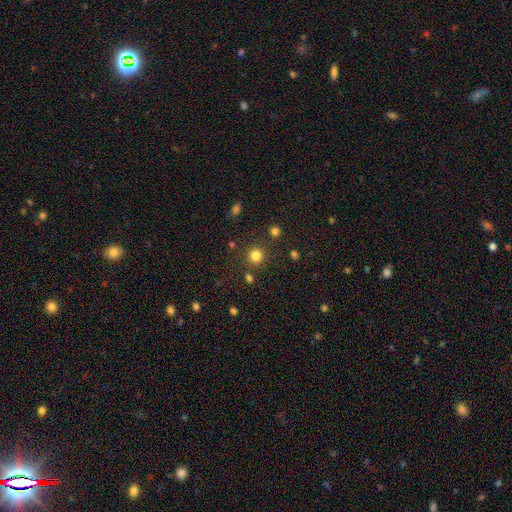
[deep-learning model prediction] Overall: smooth (81%). How rounded: round (92%). Merging: none (84%).